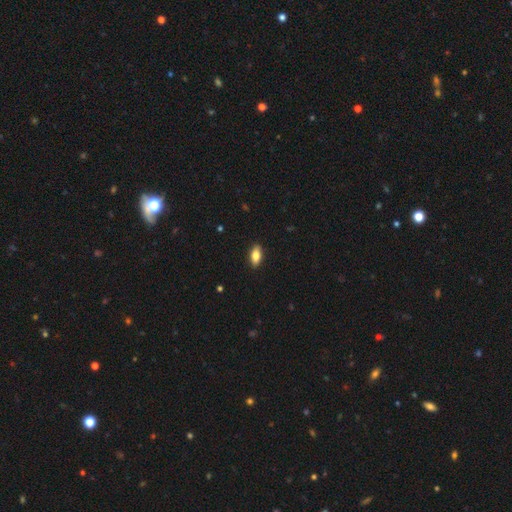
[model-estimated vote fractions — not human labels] Morphology: type=smooth (81%); roundness=in between (88%); merging=none (89%).